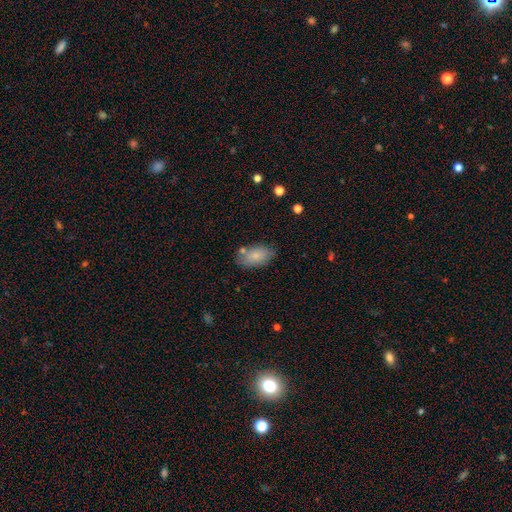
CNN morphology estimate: Smooth or featured?
  - smooth: 79% *
  - featured or disk: 14%
  - star or artifact: 7%
How rounded?
  - in between: 93% *
  - round: 4%
  - cigar-shaped: 3%
Merging?
  - none: 69% *
  - minor disturbance: 18%
  - merger: 9%
  - major disturbance: 4%